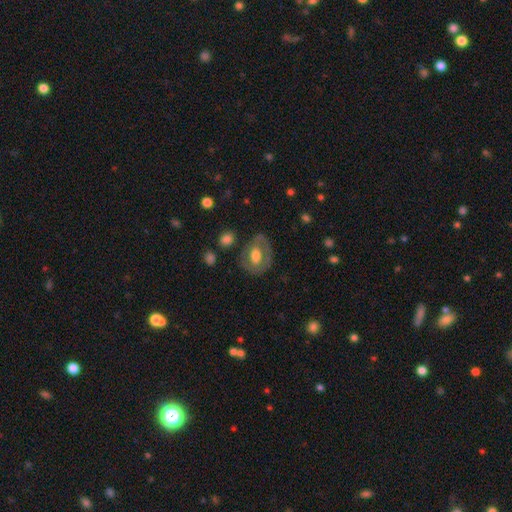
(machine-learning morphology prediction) The model was most divided on "smooth or featured" (2-way tie): featured or disk: 47%, smooth: 47%, star or artifact: 7%. More confident: merging — none (66%).